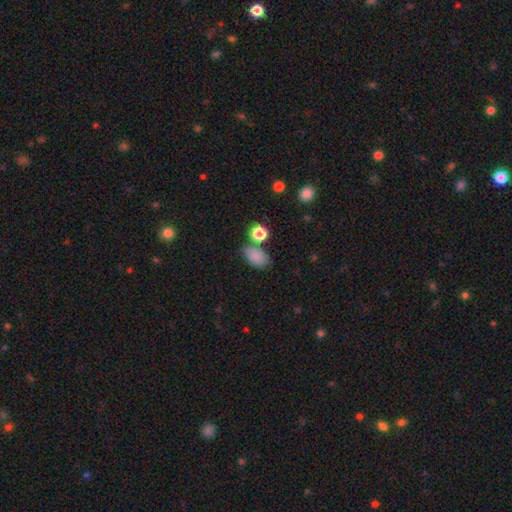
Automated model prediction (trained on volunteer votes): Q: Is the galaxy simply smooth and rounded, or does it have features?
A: smooth — 83%.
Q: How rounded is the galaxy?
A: in between — 83%.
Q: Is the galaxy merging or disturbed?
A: none — 57%.